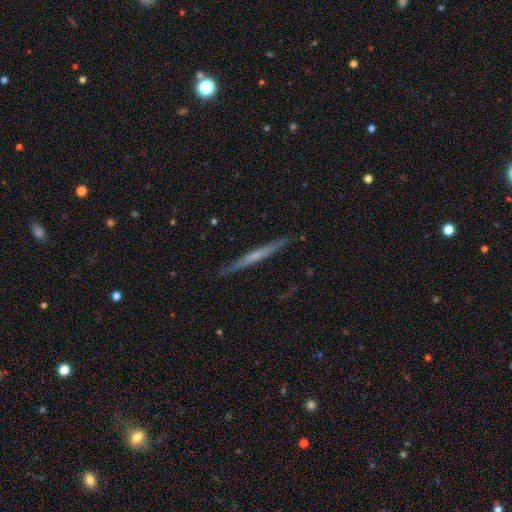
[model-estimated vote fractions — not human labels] Overall: featured or disk (55%; smooth 40%). Edge-on disk: yes (97%). Edge-on bulge: none (79%). Merging: none (90%).